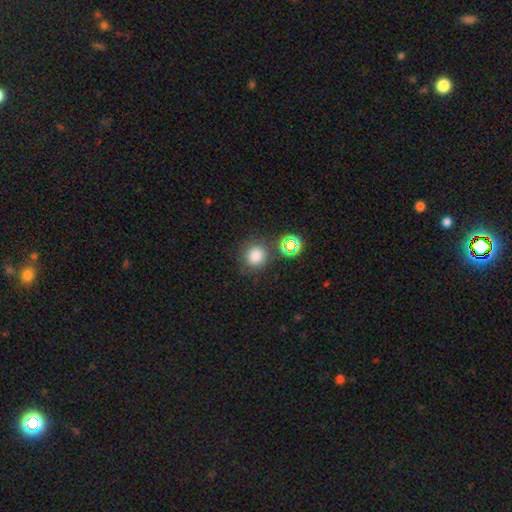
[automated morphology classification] type=smooth (79%); roundness=round (88%); merging=none (81%).